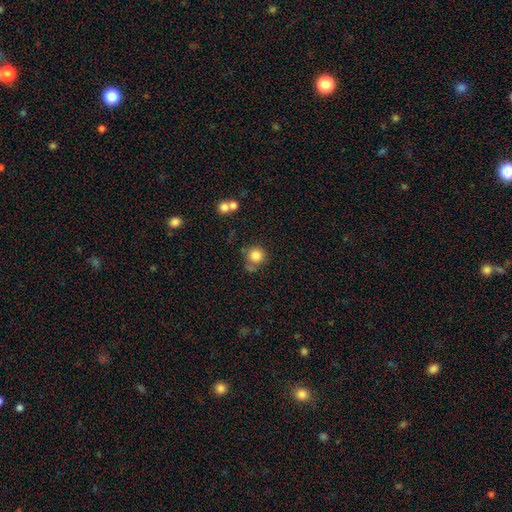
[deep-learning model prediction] This appears to be a smooth galaxy with no disk features (83%) that is round (92%). Merging: none (67%).